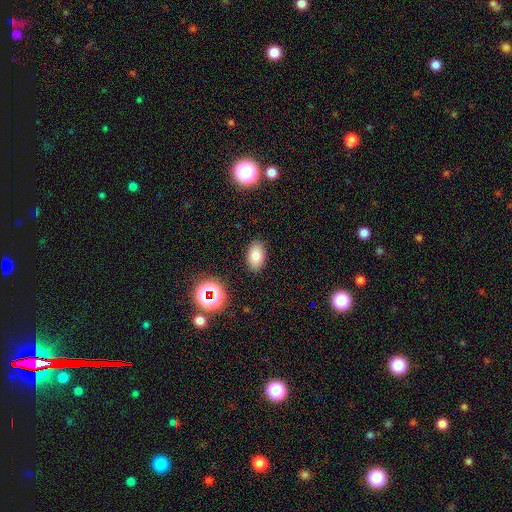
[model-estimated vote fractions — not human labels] A smooth galaxy with no disk features (81%) that is in between round and cigar-shaped (91%).

Vote fractions:
- Smooth or featured? smooth: 81% / star or artifact: 12% / featured or disk: 8%
- How rounded? in between: 91% / round: 8% / cigar-shaped: 1%
- Merging? none: 86% / minor disturbance: 10% / major disturbance: 3% / merger: 2%